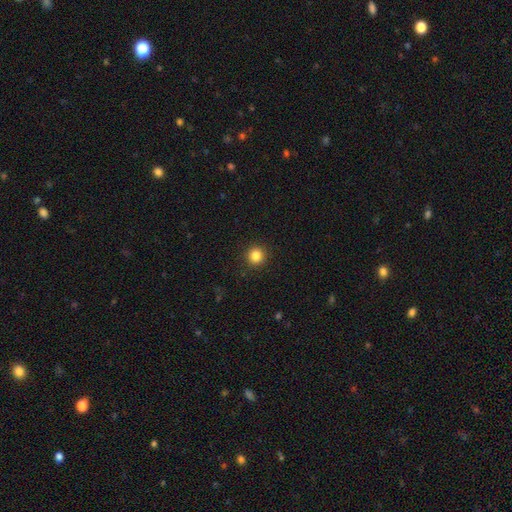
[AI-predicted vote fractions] smooth 85%, star or artifact 11%, featured or disk 4%. Down the decision tree: how rounded — round (93%); merging — none (92%).